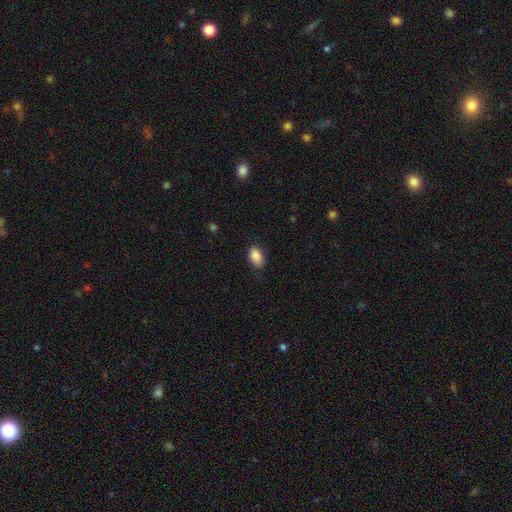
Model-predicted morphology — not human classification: This is clearly a smooth galaxy (88%). How rounded: clearly in between (90%). Merging: likely none (70%).